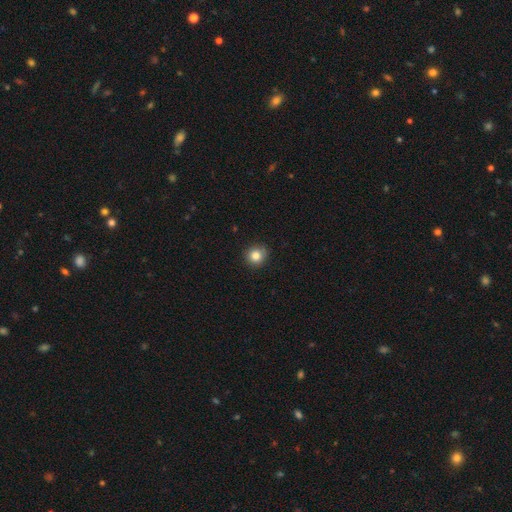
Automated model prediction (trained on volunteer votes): Q: Smooth or featured?
A: smooth (84%); runner-up: star or artifact (11%)
Q: How rounded?
A: round (92%); runner-up: in between (7%)
Q: Merging?
A: none (89%); runner-up: minor disturbance (9%)